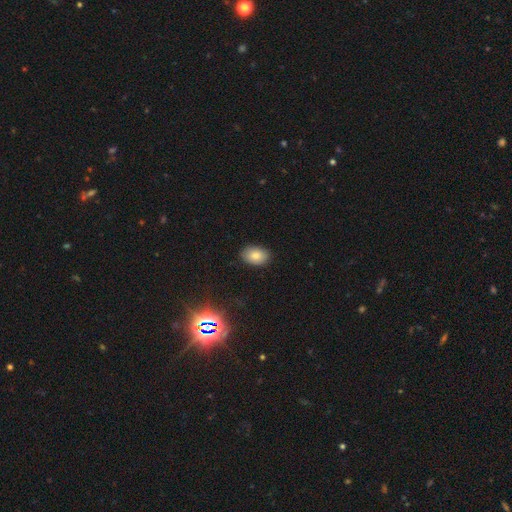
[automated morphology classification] Smooth or featured? Predicted: smooth (p=0.81). How rounded? Predicted: in between (p=0.84). Merging? Predicted: none (p=0.87).